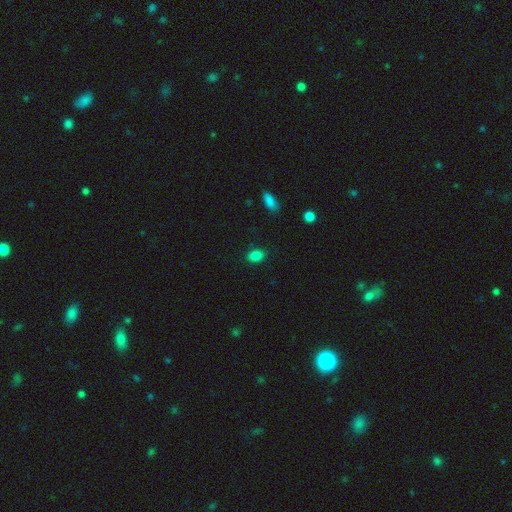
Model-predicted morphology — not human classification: Smooth or featured? smooth (85%)
How rounded? in between (76%)
Merging? none (86%)